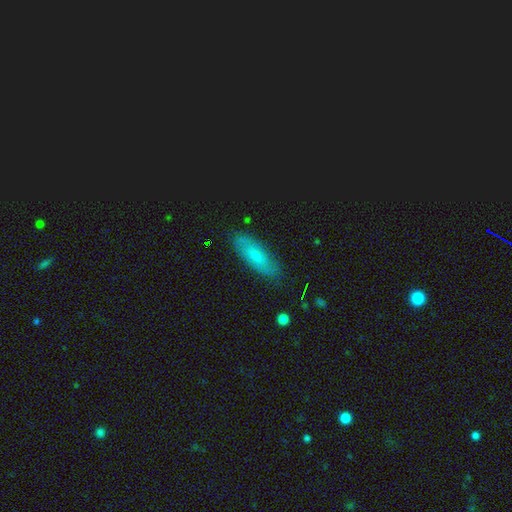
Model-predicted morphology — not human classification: Smooth or featured: smooth — 60% (featured or disk — 30%)
How rounded: in between — 66% (cigar-shaped — 32%)
Merging: none — 82% (minor disturbance — 13%)